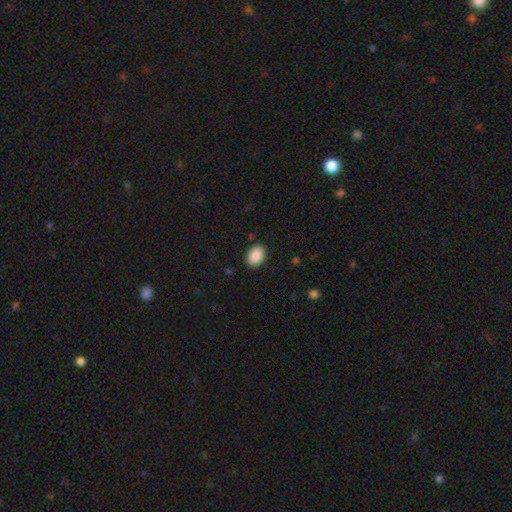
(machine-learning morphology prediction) The model was most divided on "how rounded": in between: 80%, round: 19%, cigar-shaped: 1%. More confident: smooth or featured — smooth (90%); merging — none (89%).